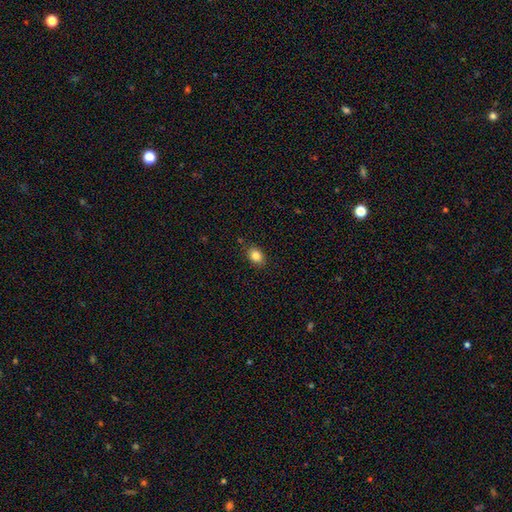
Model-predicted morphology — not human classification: Smooth or featured?
  - smooth: 84% *
  - star or artifact: 9%
  - featured or disk: 6%
How rounded?
  - in between: 73% *
  - round: 26%
  - cigar-shaped: 1%
Merging?
  - none: 85% *
  - minor disturbance: 11%
  - major disturbance: 2%
  - merger: 2%